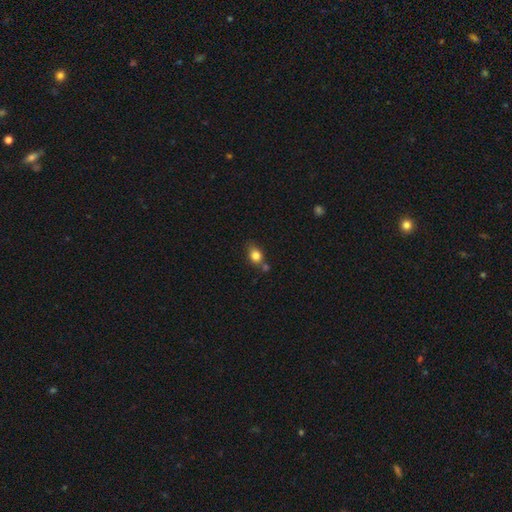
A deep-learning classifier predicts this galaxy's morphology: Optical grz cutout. It shows a smooth galaxy with no disk features (81%) that is in between round and cigar-shaped (49%, tied with round). Merging: none (55%).